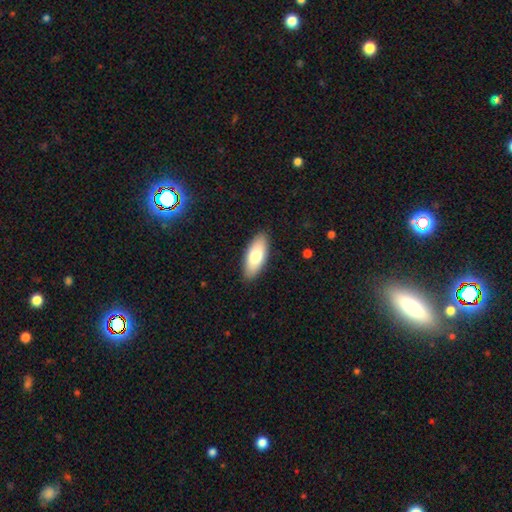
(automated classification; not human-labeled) Smooth or featured? Predicted: smooth (p=0.77). How rounded? Predicted: in between (p=0.82). Merging? Predicted: none (p=0.89).